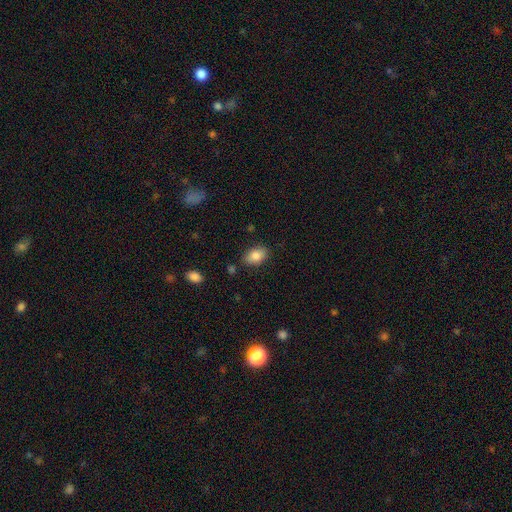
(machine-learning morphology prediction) This is clearly a smooth galaxy (84%). How rounded: clearly in between (89%). Merging: clearly none (82%).